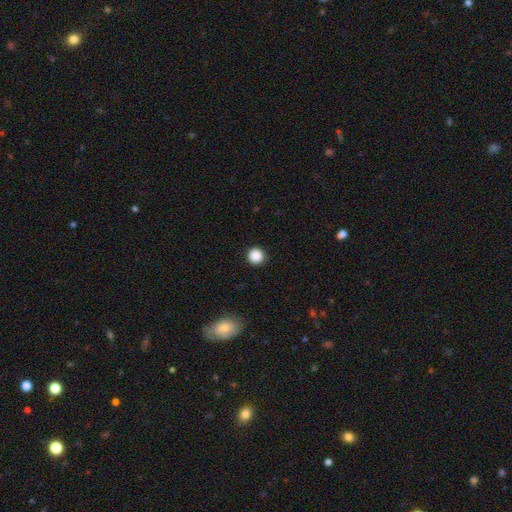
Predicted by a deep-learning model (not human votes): Smooth or featured?
  - smooth: 87% *
  - star or artifact: 10%
  - featured or disk: 3%
How rounded?
  - round: 95% *
  - in between: 4%
  - cigar-shaped: 1%
Merging?
  - none: 92% *
  - minor disturbance: 5%
  - major disturbance: 2%
  - merger: 1%